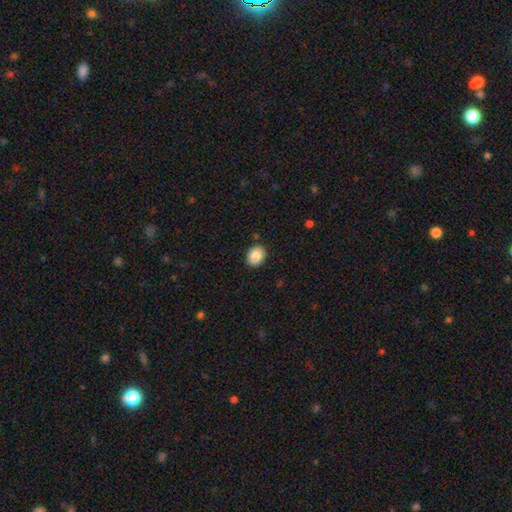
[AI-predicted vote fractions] Smooth or featured?
  - smooth: 86% *
  - star or artifact: 8%
  - featured or disk: 6%
How rounded?
  - in between: 59% *
  - round: 41%
  - cigar-shaped: 1%
Merging?
  - none: 89% *
  - minor disturbance: 8%
  - major disturbance: 2%
  - merger: 1%